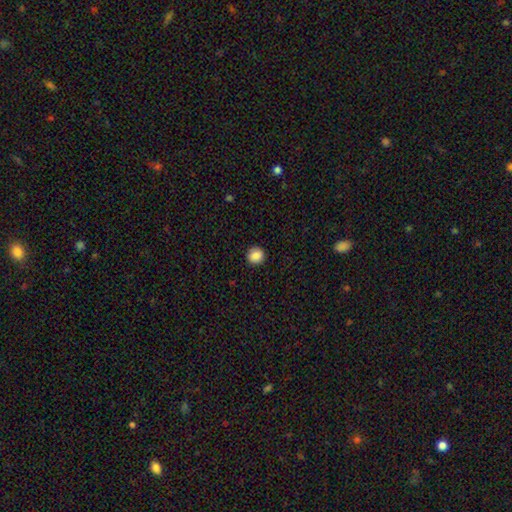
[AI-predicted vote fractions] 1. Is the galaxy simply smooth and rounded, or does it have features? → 87% smooth, 9% star or artifact, 3% featured or disk.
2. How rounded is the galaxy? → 92% round, 7% in between, 1% cigar-shaped.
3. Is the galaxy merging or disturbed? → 92% none, 5% minor disturbance, 2% major disturbance, 1% merger.